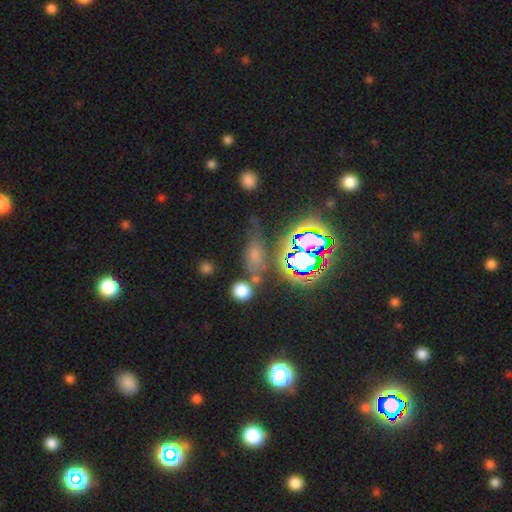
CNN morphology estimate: Overall: smooth (51%; star or artifact 33%). How rounded: in between (66%). Merging: none (54%; minor disturbance 21%).